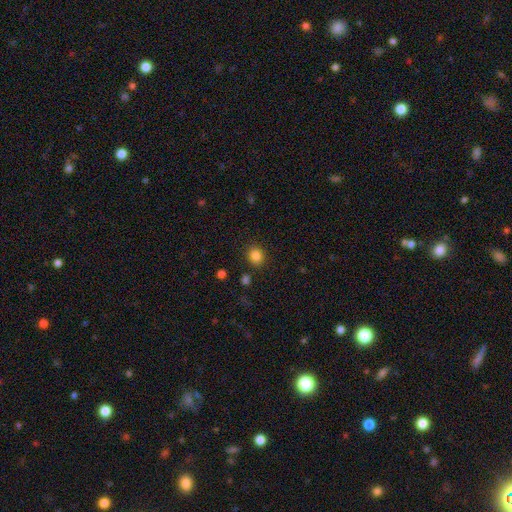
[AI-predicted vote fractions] A smooth galaxy with no disk features (84%) that is round (80%).

Vote fractions:
- Smooth or featured? smooth: 84% / star or artifact: 12% / featured or disk: 4%
- How rounded? round: 80% / in between: 19% / cigar-shaped: 1%
- Merging? none: 87% / minor disturbance: 8% / major disturbance: 3% / merger: 3%